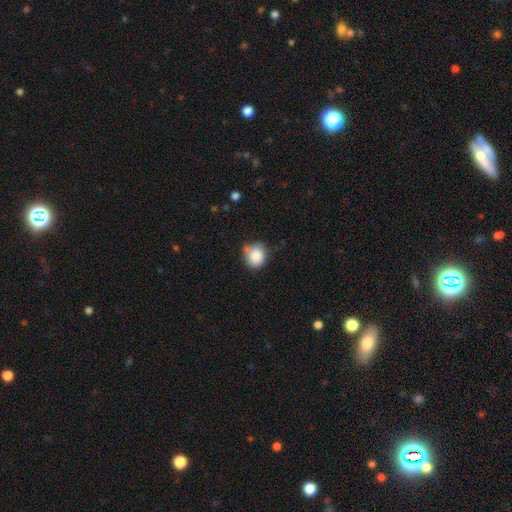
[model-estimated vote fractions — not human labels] Morphology: type=smooth (86%); roundness=round (80%); merging=none (64%).